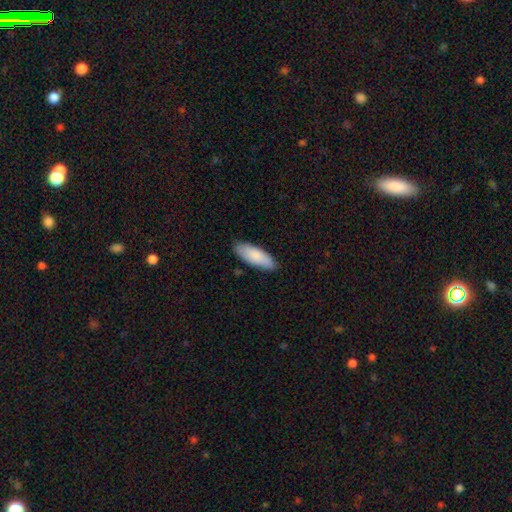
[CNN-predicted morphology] Smooth or featured?
  - smooth: 87% *
  - featured or disk: 8%
  - star or artifact: 5%
How rounded?
  - in between: 68% *
  - cigar-shaped: 31%
  - round: 1%
Merging?
  - none: 86% *
  - minor disturbance: 11%
  - major disturbance: 2%
  - merger: 1%